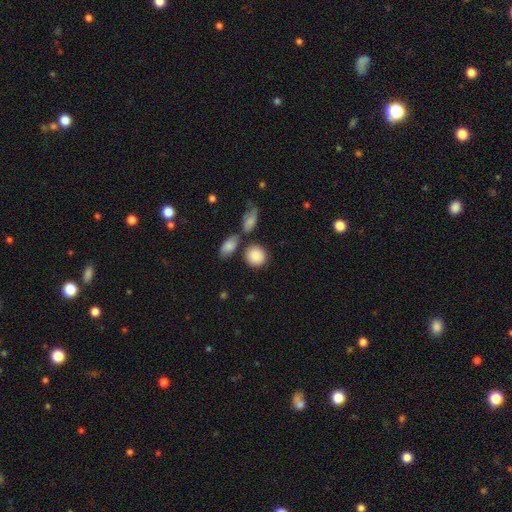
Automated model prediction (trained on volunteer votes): This is clearly a smooth galaxy (86%). How rounded: likely round (74%). Merging: likely none (70%).